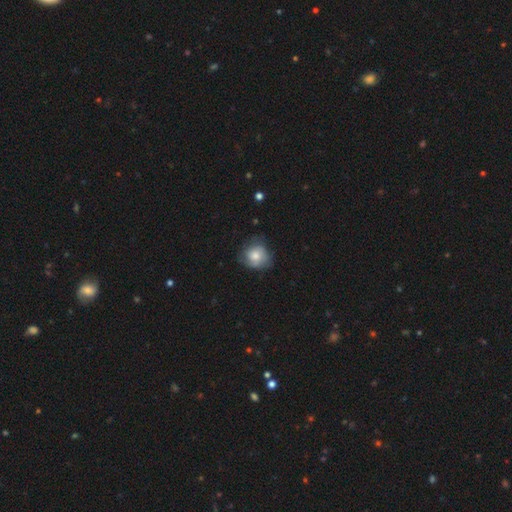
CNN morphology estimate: Overall: smooth (67%). How rounded: round (74%). Merging: none (55%; minor disturbance 31%).